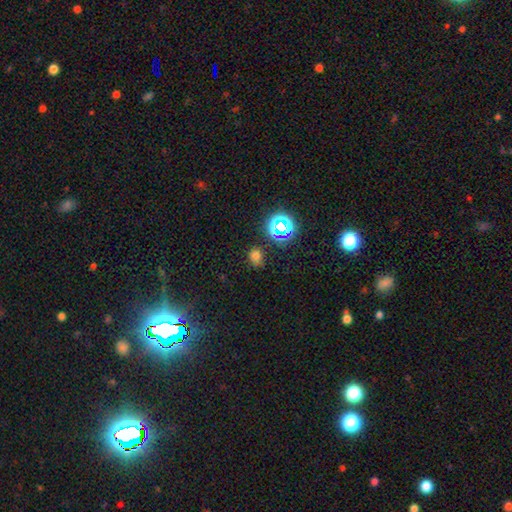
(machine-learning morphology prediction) Smooth or featured? smooth (63%)
How rounded? round (64%)
Merging? none (76%)